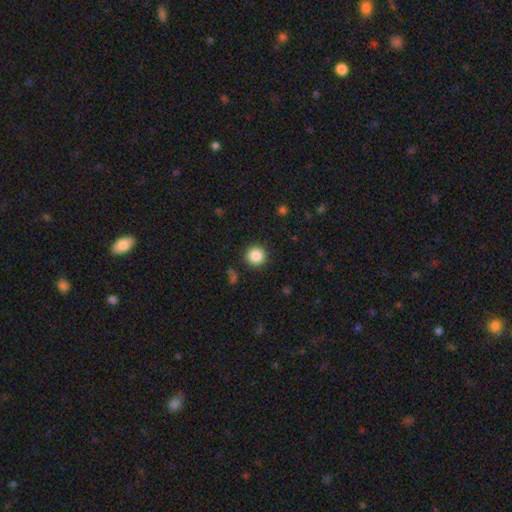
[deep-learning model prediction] Smooth or featured: smooth — 86% (star or artifact — 10%)
How rounded: round — 95% (in between — 4%)
Merging: none — 90% (minor disturbance — 6%)